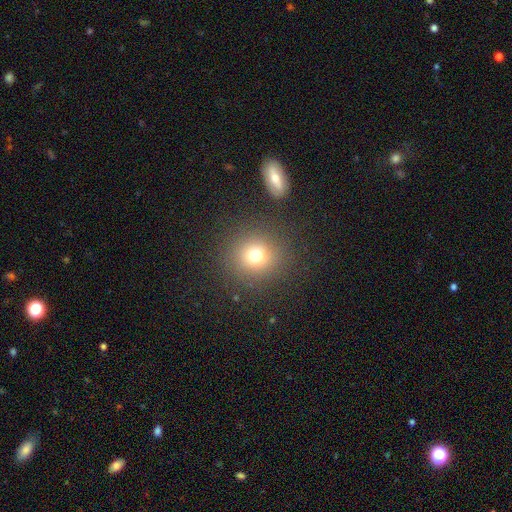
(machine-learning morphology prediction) smooth 73%, star or artifact 18%, featured or disk 9%. Down the decision tree: how rounded — round (91%); merging — none (87%).